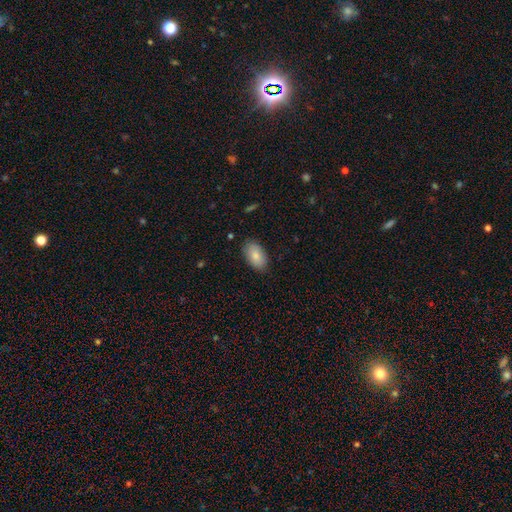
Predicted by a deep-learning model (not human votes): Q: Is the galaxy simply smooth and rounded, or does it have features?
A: smooth — 83%.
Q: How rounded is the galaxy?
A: in between — 94%.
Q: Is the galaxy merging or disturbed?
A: none — 85%.